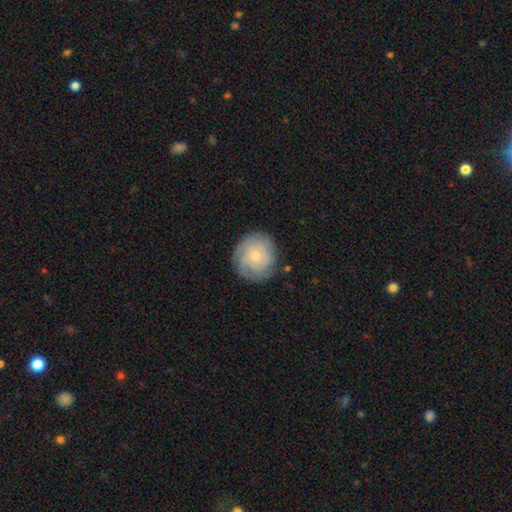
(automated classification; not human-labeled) Smooth or featured?
  - featured or disk: 59% *
  - smooth: 33%
  - star or artifact: 8%
Edge-on disk?
  - no: 98% *
  - yes: 2%
Bar?
  - no: 82% *
  - weak: 16%
  - strong: 2%
Spiral arms?
  - yes: 87% *
  - no: 13%
Spiral winding?
  - tight: 70% *
  - medium: 22%
  - loose: 7%
Spiral arm count?
  - can't tell: 47% *
  - 3: 15%
  - 4: 14%
  - 2: 10%
  - more than 4: 7%
  - 1: 6%
Bulge size?
  - small: 65% *
  - moderate: 30%
  - none: 2%
  - large: 2%
  - dominant: 1%
Merging?
  - none: 80% *
  - minor disturbance: 14%
  - major disturbance: 5%
  - merger: 1%